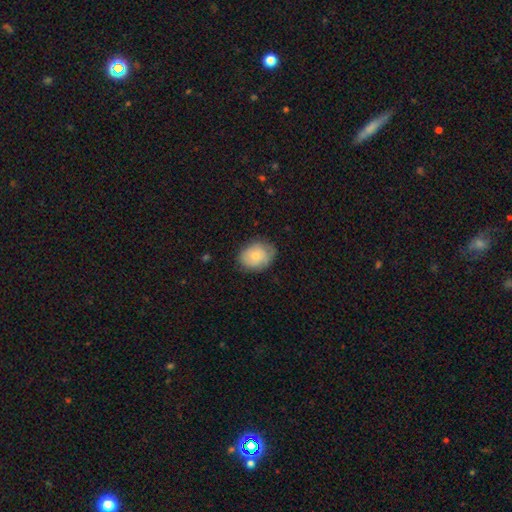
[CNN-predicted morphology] The model was most divided on "how rounded": in between: 57%, round: 42%, cigar-shaped: 1%. More confident: merging — none (73%); smooth or featured — smooth (69%).